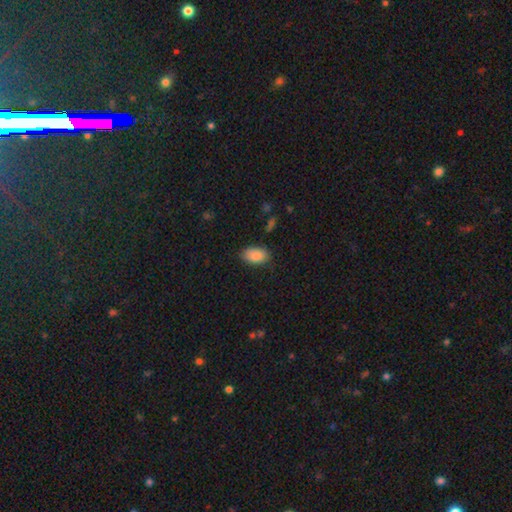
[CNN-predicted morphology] smooth_or_featured: smooth (p=0.87) [alt: star or artifact p=0.07]
how_rounded: in between (p=0.93) [alt: round p=0.06]
merging: none (p=0.82) [alt: minor disturbance p=0.14]